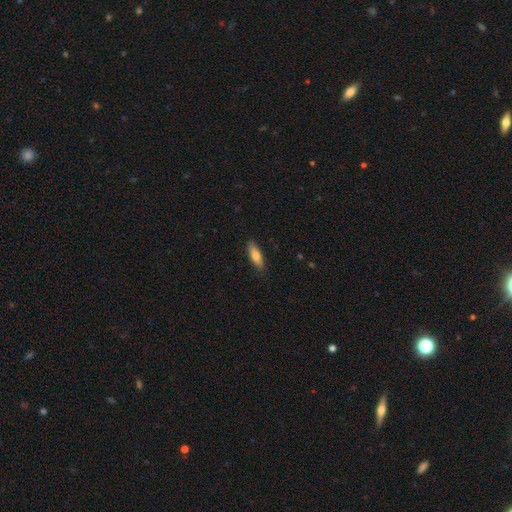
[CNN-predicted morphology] Smooth or featured? Predicted: smooth (p=0.76). How rounded? Predicted: in between (p=0.55). Merging? Predicted: none (p=0.86).